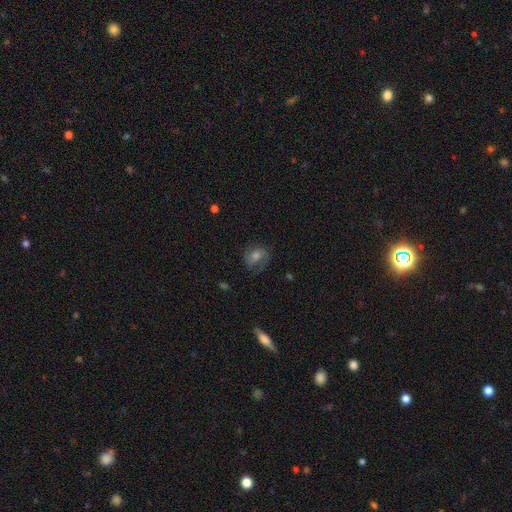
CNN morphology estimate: smooth-or-featured: featured or disk: 52% | smooth: 35% | star or artifact: 13%
  disk-edge-on: no: 95% | yes: 5%
  merging: none: 70% | minor disturbance: 18% | major disturbance: 10% | merger: 1%